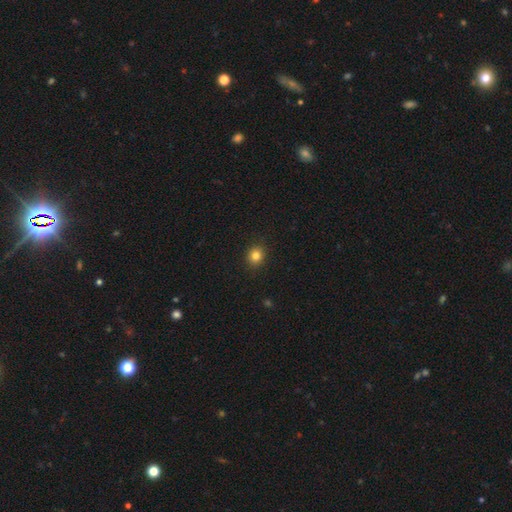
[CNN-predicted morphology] type=smooth (82%); roundness=round (79%); merging=none (91%).